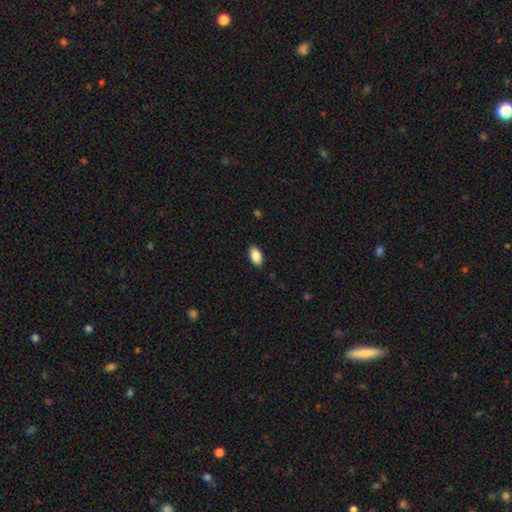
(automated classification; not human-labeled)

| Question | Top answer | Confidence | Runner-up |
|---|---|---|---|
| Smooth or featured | smooth | 87% | star or artifact (7%) |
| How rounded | in between | 93% | round (5%) |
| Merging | none | 87% | minor disturbance (10%) |